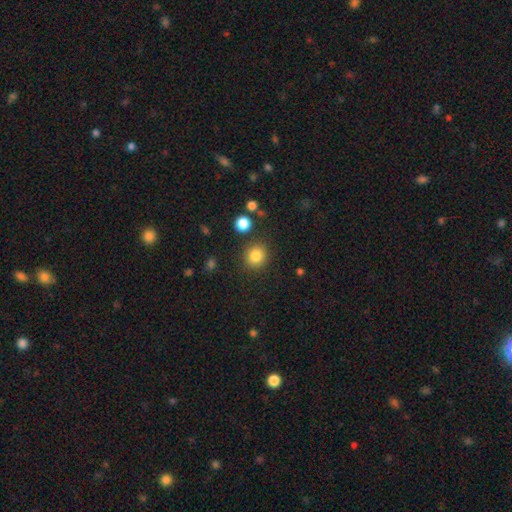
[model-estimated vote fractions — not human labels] Morphology: type=smooth (84%); roundness=round (86%); merging=none (87%).